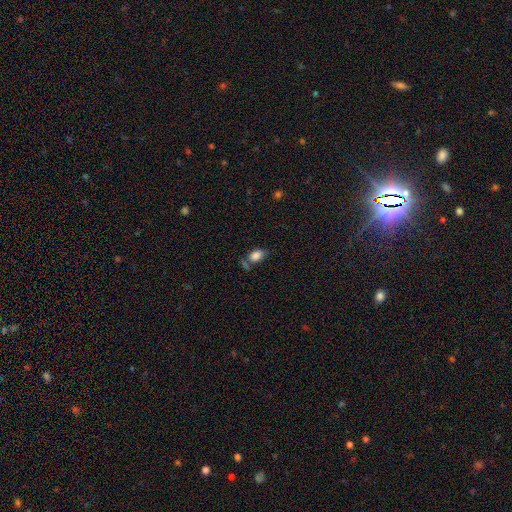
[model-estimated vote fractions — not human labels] smooth-or-featured: smooth: 84% | star or artifact: 10% | featured or disk: 6%
  how-rounded: in between: 87% | round: 11% | cigar-shaped: 2%
  merging: none: 54% | minor disturbance: 19% | merger: 19% | major disturbance: 8%